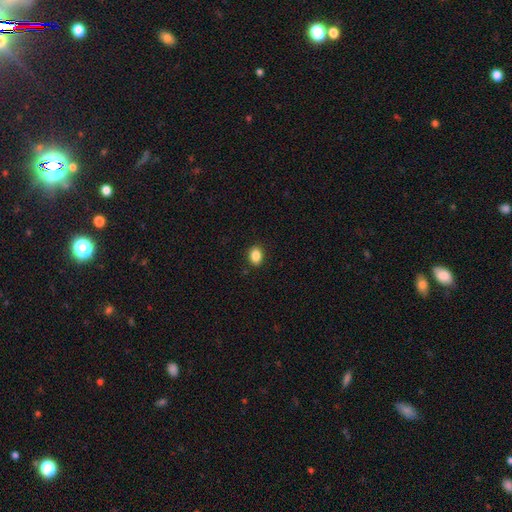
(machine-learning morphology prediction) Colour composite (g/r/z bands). It shows a smooth galaxy with no disk features (87%) that is in between round and cigar-shaped (70%). Merging: none (89%).